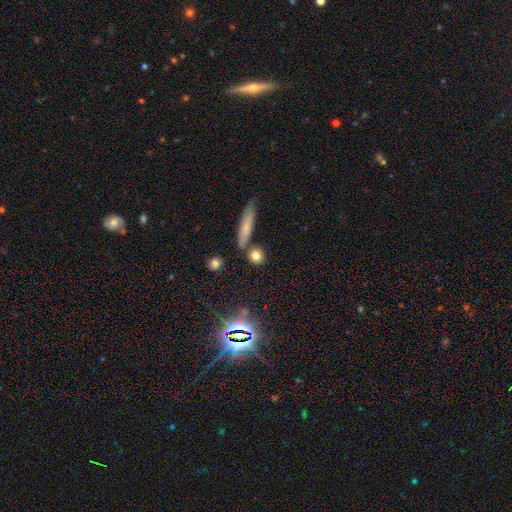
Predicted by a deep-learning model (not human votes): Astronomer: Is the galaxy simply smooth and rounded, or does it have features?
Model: smooth — 77%.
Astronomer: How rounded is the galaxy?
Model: round — 76%.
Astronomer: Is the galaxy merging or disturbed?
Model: none — 80%.